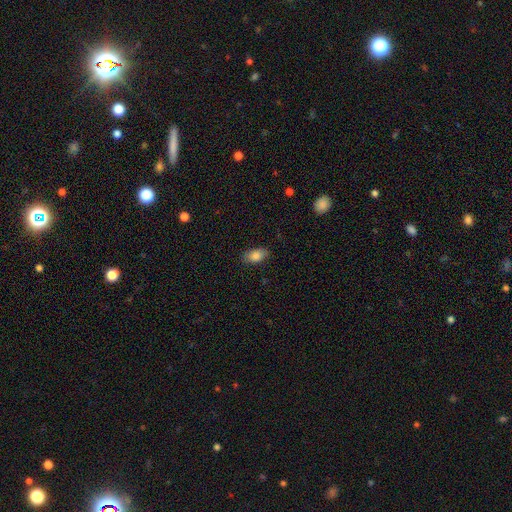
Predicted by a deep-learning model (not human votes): Overall: smooth (83%). How rounded: in between (92%). Merging: none (85%).